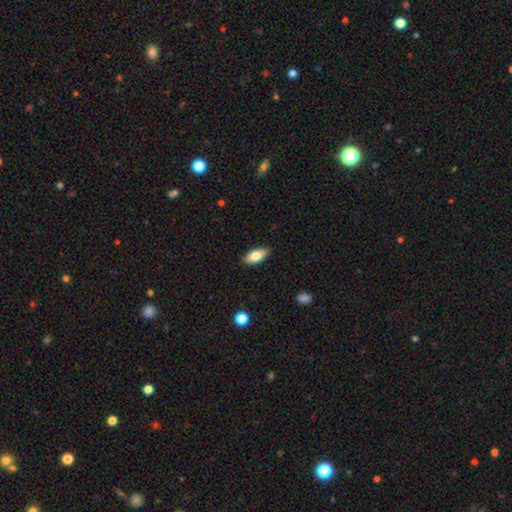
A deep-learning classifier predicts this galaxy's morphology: Smooth or featured? smooth (79%)
How rounded? in between (88%)
Merging? none (89%)